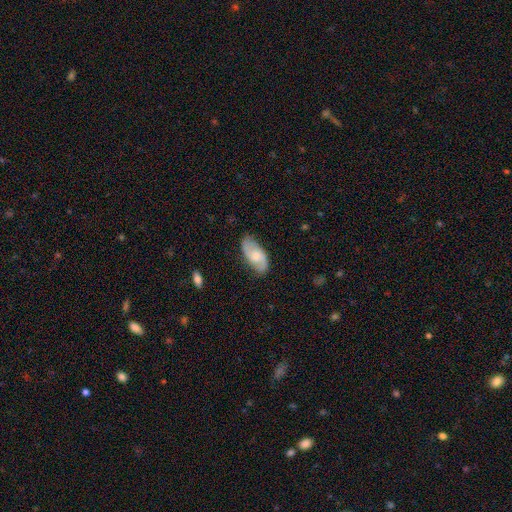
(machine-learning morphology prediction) Smooth or featured? Predicted: featured or disk (p=0.65). Edge-on disk? Predicted: no (p=0.95). Bar? Predicted: no (p=0.52). Spiral arms? Predicted: yes (p=0.93). Spiral winding? Predicted: medium (p=0.46). Spiral arm count? Predicted: 2 (p=0.88). Bulge size? Predicted: moderate (p=0.38). Merging? Predicted: none (p=0.77).